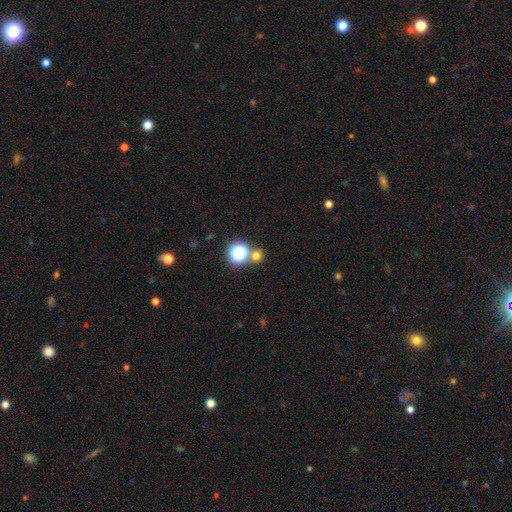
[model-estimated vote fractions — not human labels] Smooth or featured: smooth — 65% (star or artifact — 28%)
How rounded: round — 87% (in between — 12%)
Merging: none — 67% (merger — 22%)